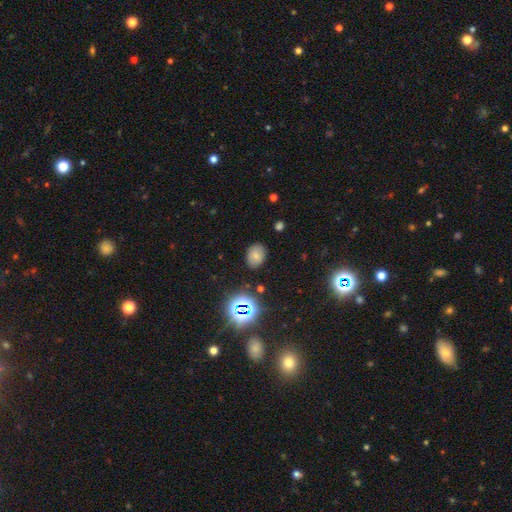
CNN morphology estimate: smooth-or-featured: smooth: 69% | star or artifact: 19% | featured or disk: 11%
  how-rounded: in between: 72% | round: 27% | cigar-shaped: 1%
  merging: none: 82% | minor disturbance: 13% | major disturbance: 3% | merger: 2%